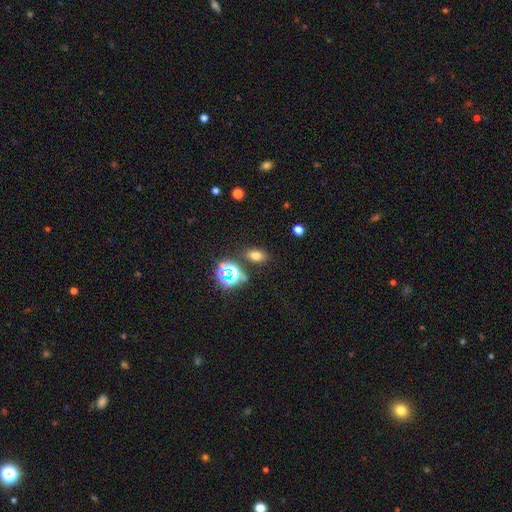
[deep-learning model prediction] This appears to be a smooth galaxy with no disk features (67%) that is in between round and cigar-shaped (80%). Merging: none (83%).